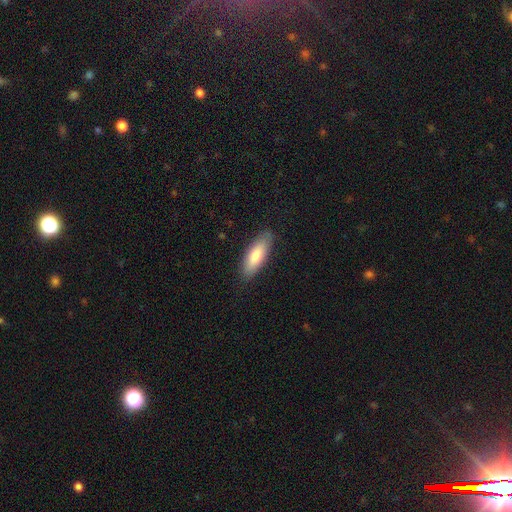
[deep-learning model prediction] This is likely a smooth galaxy (79%). How rounded: likely in between (62%). Merging: clearly none (86%).